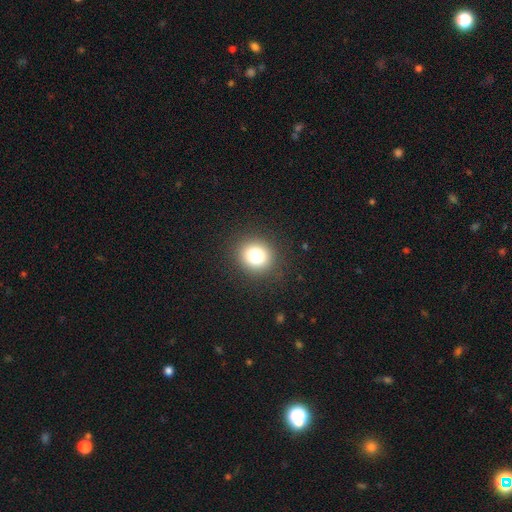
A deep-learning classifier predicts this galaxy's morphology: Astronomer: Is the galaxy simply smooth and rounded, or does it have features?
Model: smooth — 81%.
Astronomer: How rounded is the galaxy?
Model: round — 81%.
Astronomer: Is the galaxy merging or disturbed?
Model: none — 89%.